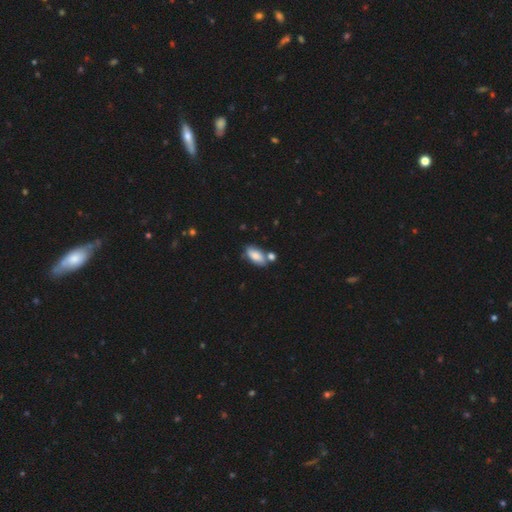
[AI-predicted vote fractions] smooth 80%, featured or disk 13%, star or artifact 7%. Down the decision tree: how rounded — in between (89%); merging — none (61%).